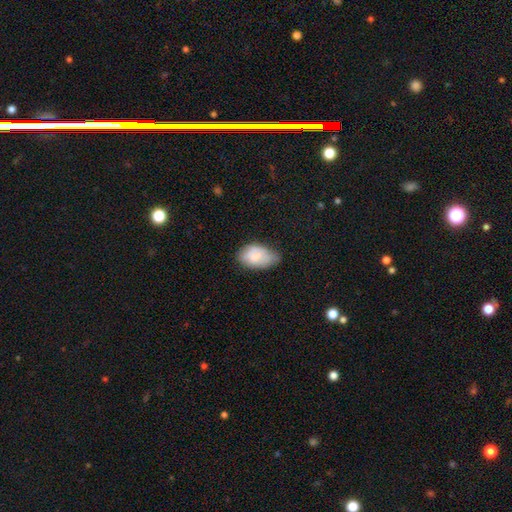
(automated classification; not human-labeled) Smooth or featured?
  - smooth: 80% *
  - featured or disk: 13%
  - star or artifact: 7%
How rounded?
  - in between: 92% *
  - round: 7%
  - cigar-shaped: 1%
Merging?
  - none: 45% *
  - minor disturbance: 43%
  - major disturbance: 10%
  - merger: 2%